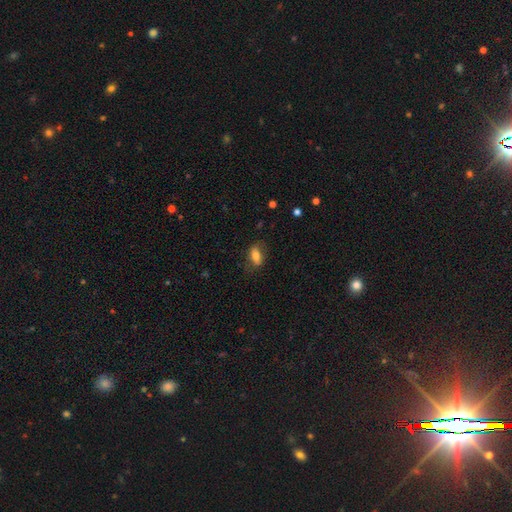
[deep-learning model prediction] Morphology: type=smooth (69%); roundness=in between (83%); merging=none (71%).